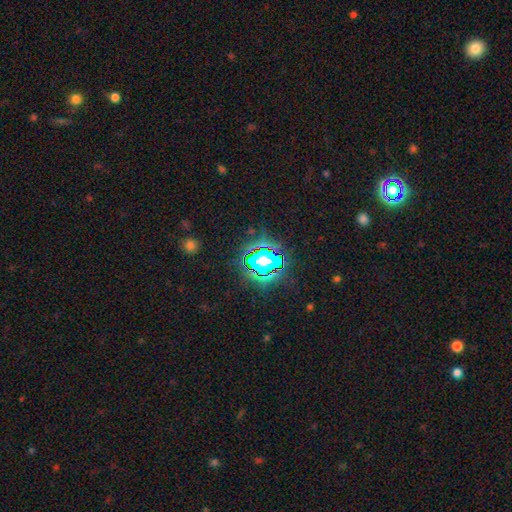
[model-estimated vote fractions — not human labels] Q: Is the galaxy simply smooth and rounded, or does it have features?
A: star or artifact — 80%.